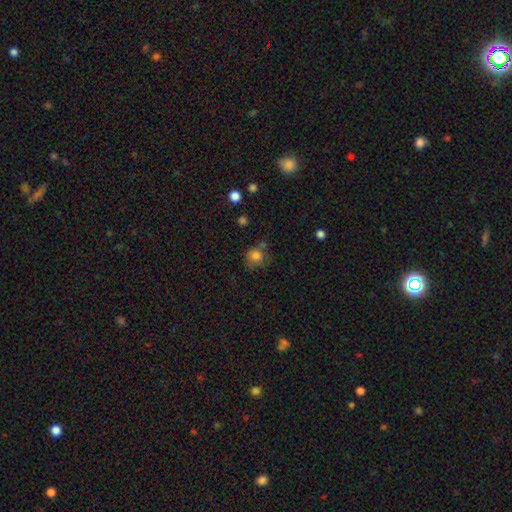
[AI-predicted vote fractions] Q: Smooth or featured?
A: smooth (78%); runner-up: star or artifact (12%)
Q: How rounded?
A: round (80%); runner-up: in between (19%)
Q: Merging?
A: none (58%); runner-up: minor disturbance (23%)